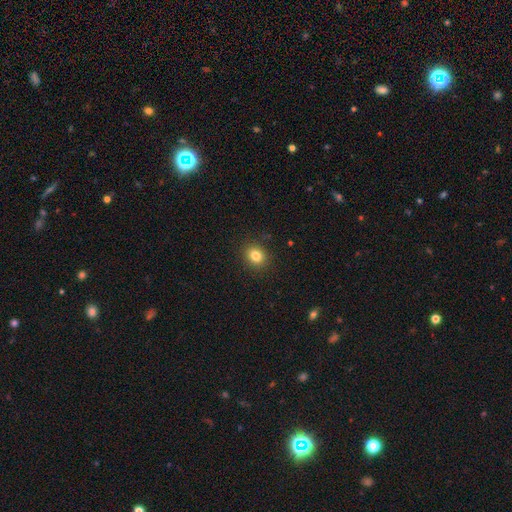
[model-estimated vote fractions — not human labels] smooth 82%, star or artifact 11%, featured or disk 7%. Down the decision tree: how rounded — round (66%); merging — none (89%).